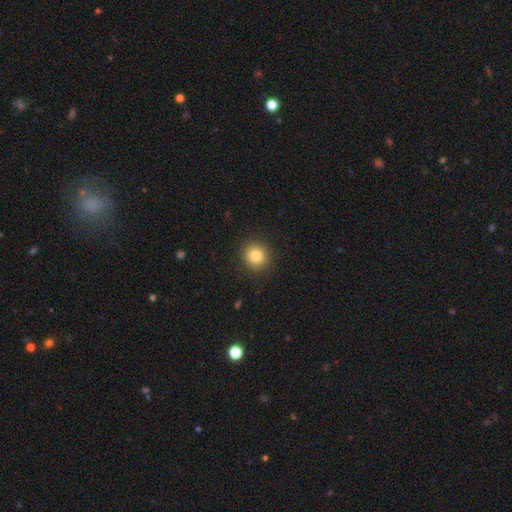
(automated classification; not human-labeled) This is clearly a smooth galaxy (82%). How rounded: clearly round (92%). Merging: clearly none (91%).